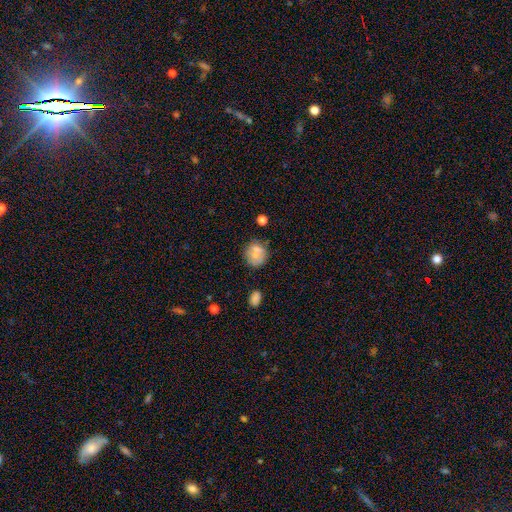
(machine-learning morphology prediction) Smooth or featured? smooth (67%)
How rounded? round (83%)
Merging? none (62%)